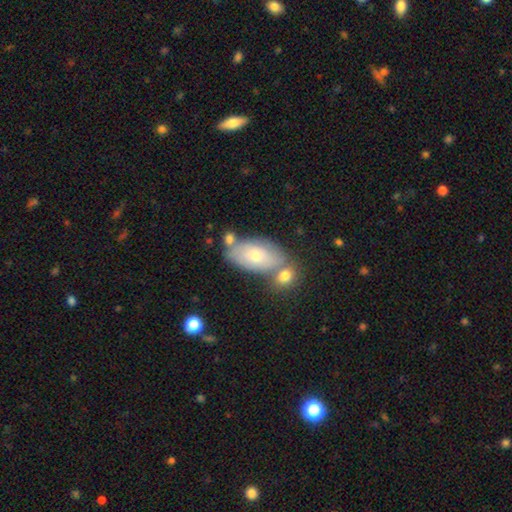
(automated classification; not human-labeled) This is possibly a smooth galaxy (59%). How rounded: clearly in between (90%). Merging: possibly none (52%).